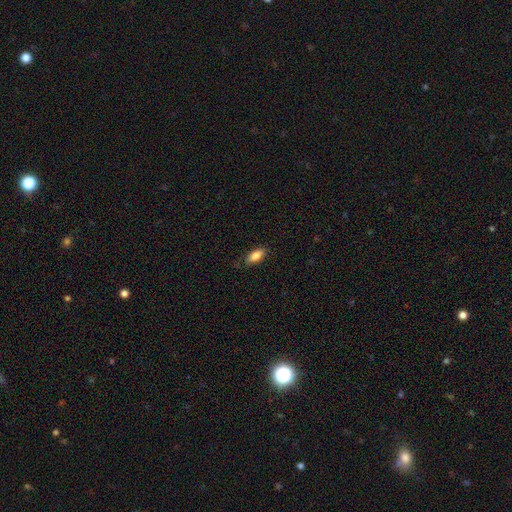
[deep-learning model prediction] smooth 86%, star or artifact 7%, featured or disk 7%. Down the decision tree: how rounded — in between (83%); merging — none (79%).